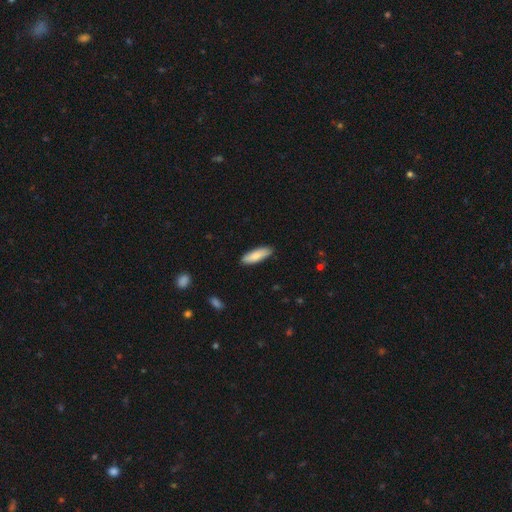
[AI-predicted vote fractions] This is clearly a smooth galaxy (85%). How rounded: possibly in between (51%). Merging: clearly none (87%).